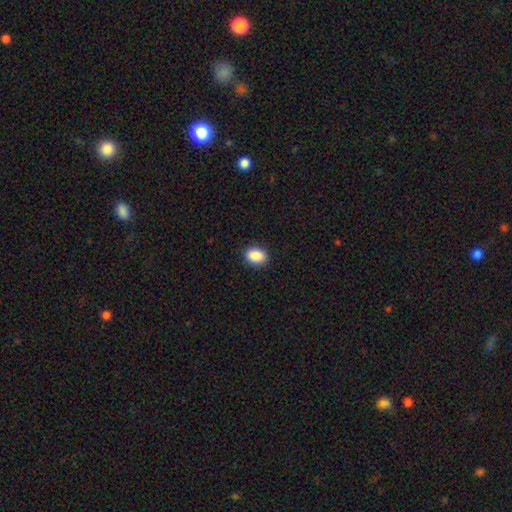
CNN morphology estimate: Smooth or featured: smooth — 90% (star or artifact — 7%)
How rounded: in between — 80% (round — 19%)
Merging: none — 90% (minor disturbance — 8%)